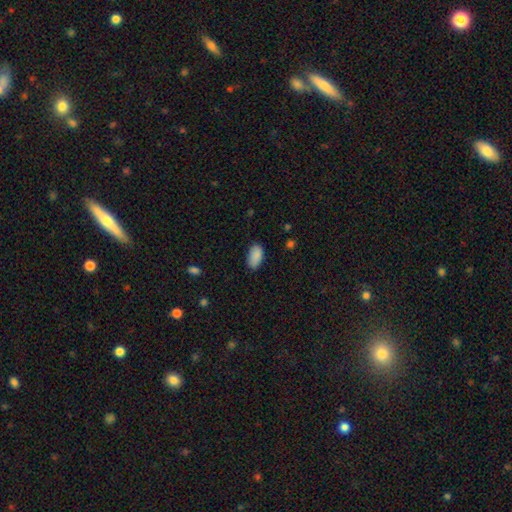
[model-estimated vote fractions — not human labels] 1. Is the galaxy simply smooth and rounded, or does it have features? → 89% smooth, 7% star or artifact, 4% featured or disk.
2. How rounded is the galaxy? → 94% in between, 3% round, 3% cigar-shaped.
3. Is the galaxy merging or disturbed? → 81% none, 15% minor disturbance, 3% major disturbance, 1% merger.